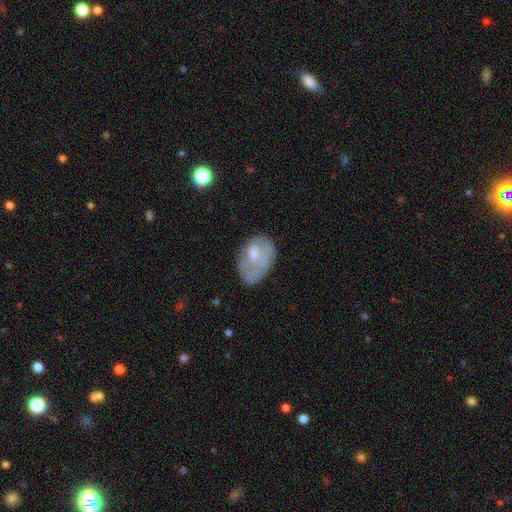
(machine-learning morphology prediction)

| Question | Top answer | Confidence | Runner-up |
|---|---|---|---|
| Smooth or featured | smooth | 54% | featured or disk (38%) |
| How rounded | in between | 86% | round (13%) |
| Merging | none | 46% | minor disturbance (32%) |